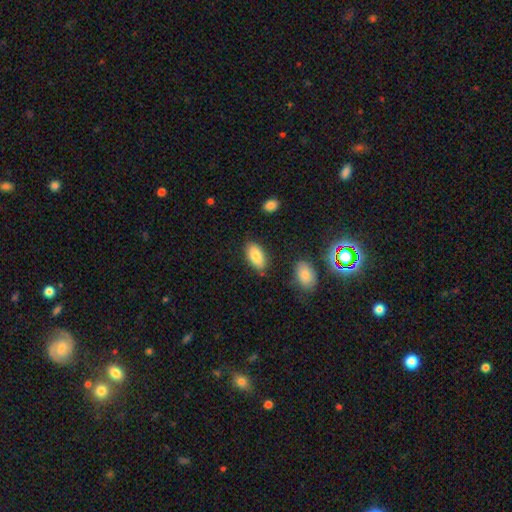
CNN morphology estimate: type=smooth (85%); roundness=in between (93%); merging=none (79%).